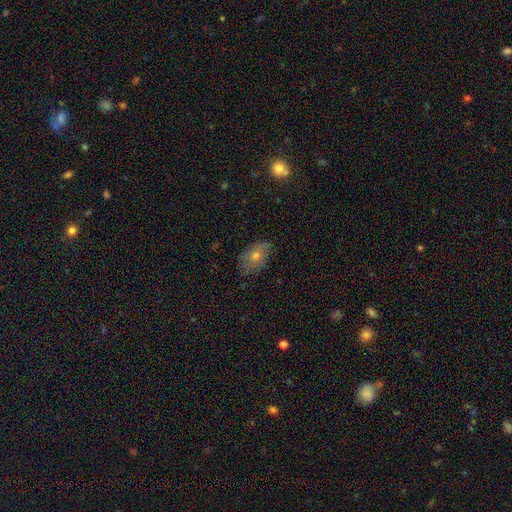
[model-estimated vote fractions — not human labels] smooth_or_featured: smooth (p=0.51) [alt: featured or disk p=0.35]
how_rounded: in between (p=0.83) [alt: round p=0.14]
merging: none (p=0.70) [alt: minor disturbance p=0.23]